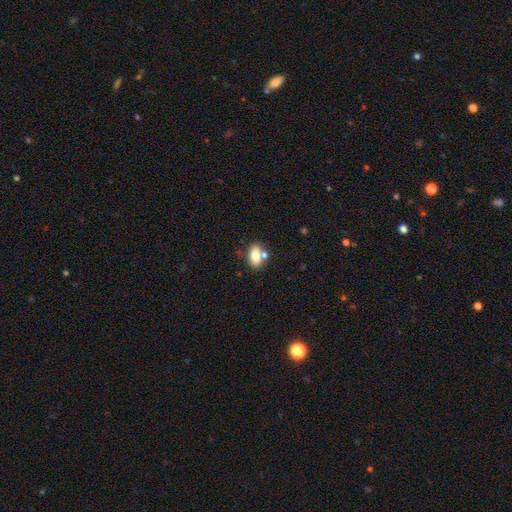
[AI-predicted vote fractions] smooth-or-featured: smooth: 75% | featured or disk: 16% | star or artifact: 8%
  how-rounded: in between: 85% | round: 11% | cigar-shaped: 4%
  merging: none: 59% | merger: 24% | minor disturbance: 13% | major disturbance: 4%